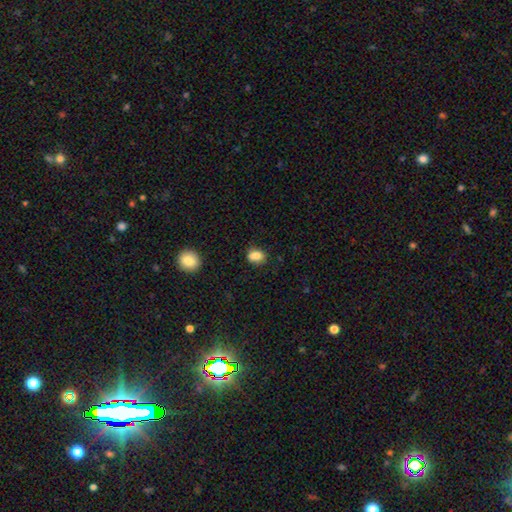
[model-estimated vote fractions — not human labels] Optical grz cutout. It shows a smooth galaxy with no disk features (82%) that is in between round and cigar-shaped (57%). Merging: none (59%).